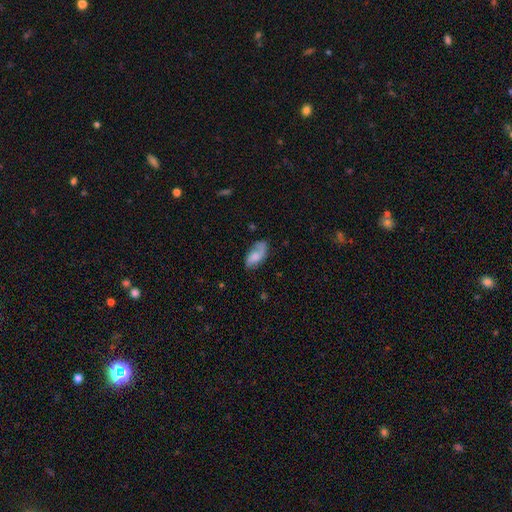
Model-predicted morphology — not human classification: smooth_or_featured: smooth (p=0.50) [alt: featured or disk p=0.42]
how_rounded: in between (p=0.90) [alt: cigar-shaped p=0.06]
merging: none (p=0.63) [alt: minor disturbance p=0.25]